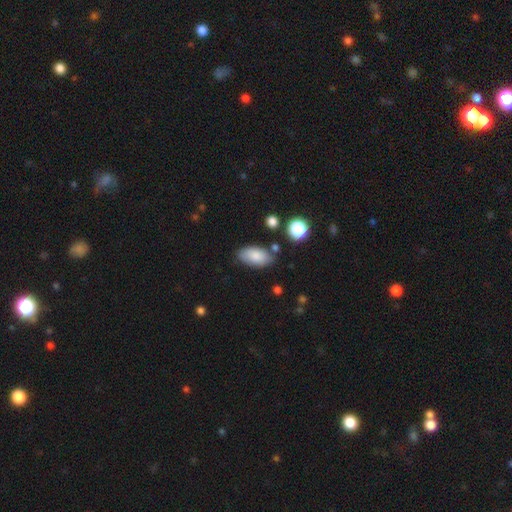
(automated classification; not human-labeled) This appears to be a smooth galaxy with no disk features (83%) that is in between round and cigar-shaped (93%). Merging: none (76%).